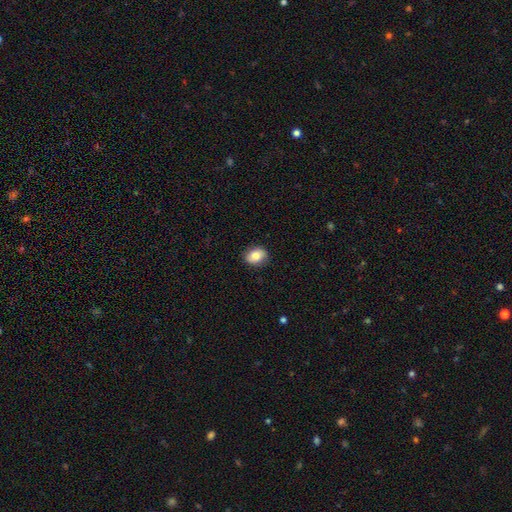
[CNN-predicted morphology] The model was most divided on "how rounded": in between: 58%, round: 41%, cigar-shaped: 1%. More confident: merging — none (87%); smooth or featured — smooth (78%).